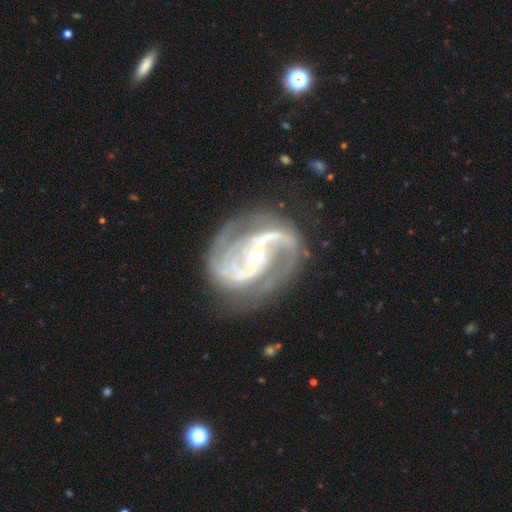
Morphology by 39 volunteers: A featured or disk galaxy (95%) with a weak bar (38%, tied with no), 2 (85%) medium (47%) spiral arms (100%) and a small central bulge (65%). Merging: none (73%).